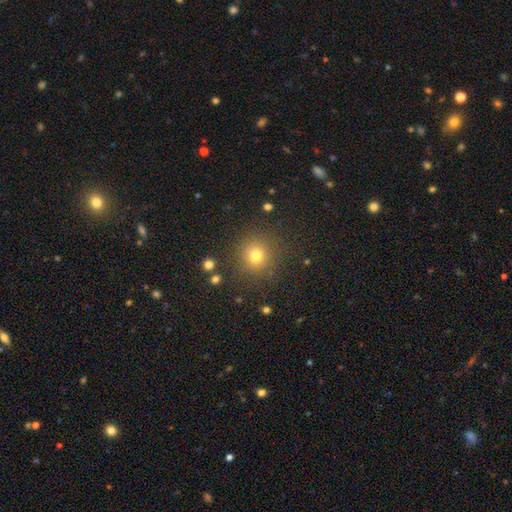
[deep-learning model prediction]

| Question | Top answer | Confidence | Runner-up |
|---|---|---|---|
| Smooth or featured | smooth | 76% | star or artifact (17%) |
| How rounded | round | 92% | in between (7%) |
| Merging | none | 87% | minor disturbance (7%) |